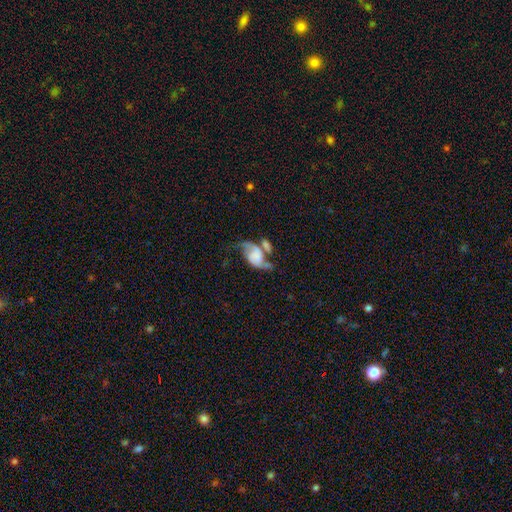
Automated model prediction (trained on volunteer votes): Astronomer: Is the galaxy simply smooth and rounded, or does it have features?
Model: featured or disk — 67%.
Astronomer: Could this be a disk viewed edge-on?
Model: no — 97%.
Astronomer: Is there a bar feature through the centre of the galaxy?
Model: no — 66%.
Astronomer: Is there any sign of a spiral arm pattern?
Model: yes — 88%.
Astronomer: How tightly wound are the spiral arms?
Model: loose — 67%.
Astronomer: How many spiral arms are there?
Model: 2 — 86%.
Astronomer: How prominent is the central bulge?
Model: none — 50%.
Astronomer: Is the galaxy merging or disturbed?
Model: merger — 35% (runner-up: none, 28%).